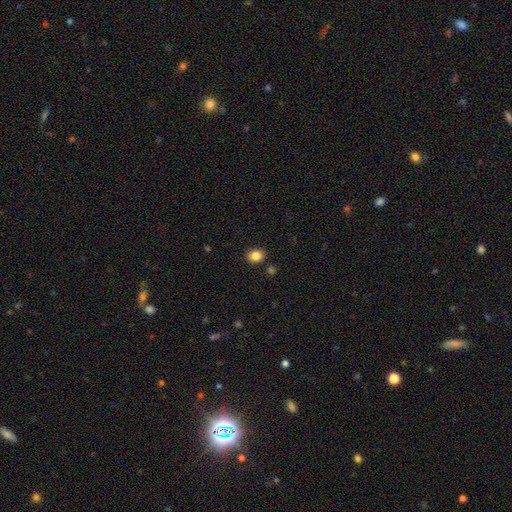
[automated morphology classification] Smooth or featured: smooth — 85% (star or artifact — 10%)
How rounded: round — 61% (in between — 39%)
Merging: none — 87% (minor disturbance — 8%)